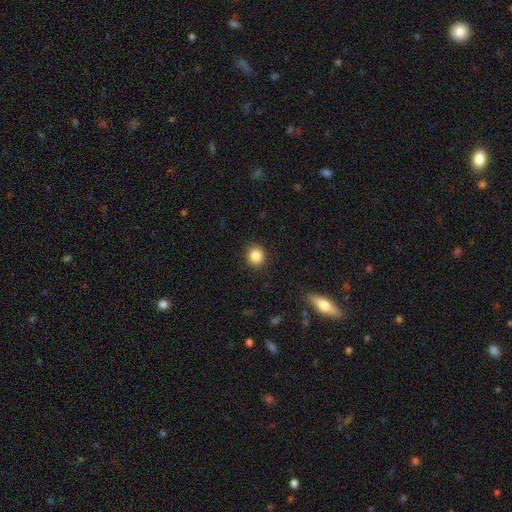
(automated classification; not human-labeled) Morphology: type=smooth (86%); roundness=round (84%); merging=none (91%).